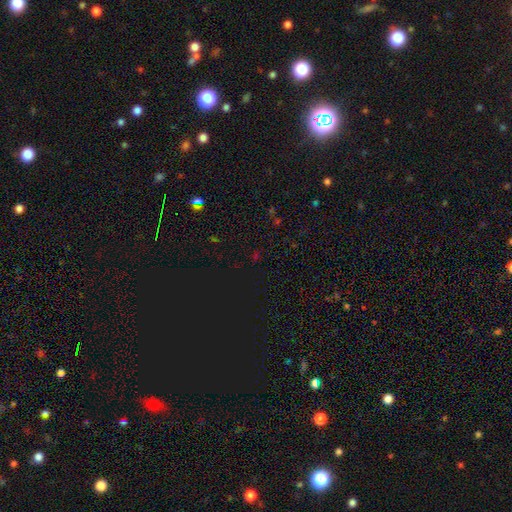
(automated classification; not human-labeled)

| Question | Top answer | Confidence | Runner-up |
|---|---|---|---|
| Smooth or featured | star or artifact | 68% | smooth (24%) |